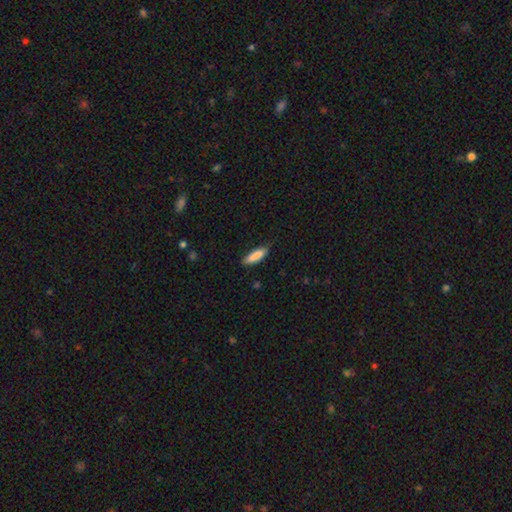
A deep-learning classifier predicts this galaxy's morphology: Overall: smooth (86%). How rounded: cigar-shaped (58%; in between 41%). Merging: none (78%).